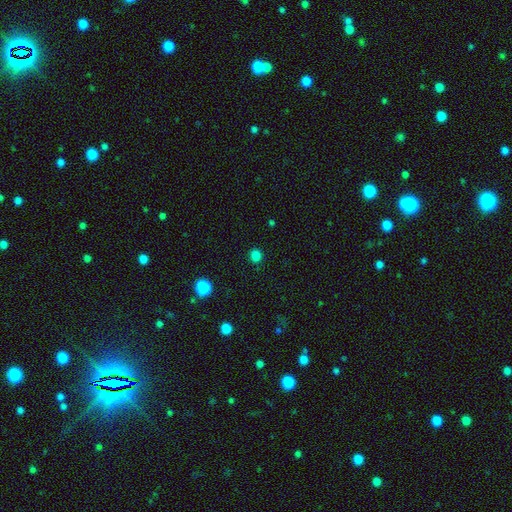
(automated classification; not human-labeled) smooth 81%, star or artifact 16%, featured or disk 3%. Down the decision tree: how rounded — round (81%); merging — none (89%).